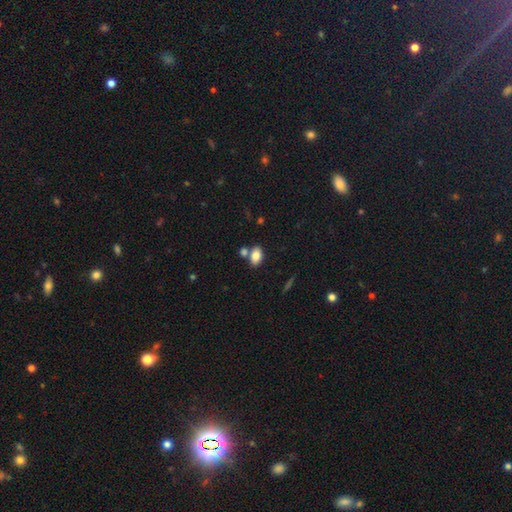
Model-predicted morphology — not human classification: smooth 83%, featured or disk 9%, star or artifact 8%. Down the decision tree: how rounded — in between (87%); merging — none (63%).